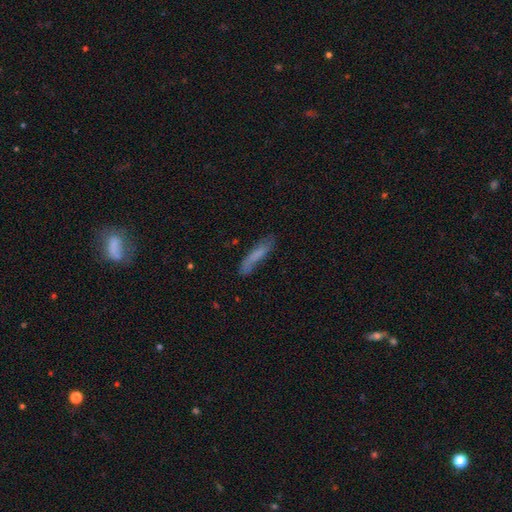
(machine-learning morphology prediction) This is likely a smooth galaxy (65%). How rounded: clearly cigar-shaped (82%). Merging: likely none (63%).